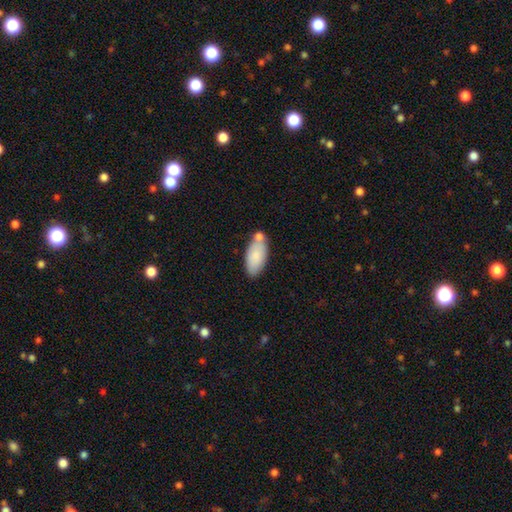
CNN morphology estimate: smooth-or-featured: smooth: 83% | featured or disk: 11% | star or artifact: 6%
  how-rounded: in between: 91% | cigar-shaped: 7% | round: 2%
  merging: none: 58% | merger: 22% | minor disturbance: 16% | major disturbance: 4%